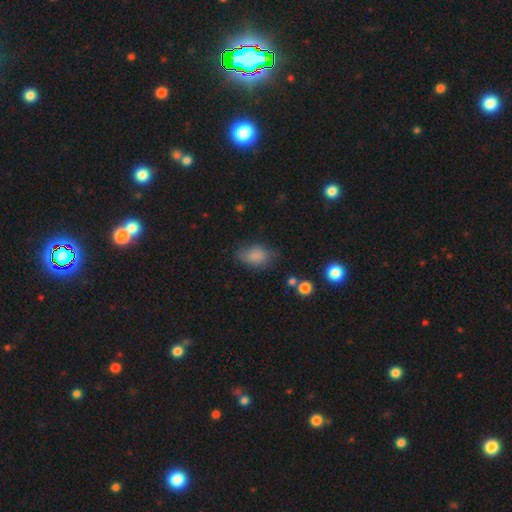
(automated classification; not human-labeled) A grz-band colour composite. It shows a smooth galaxy with no disk features (82%) that is in between round and cigar-shaped (84%). Merging: none (60%).